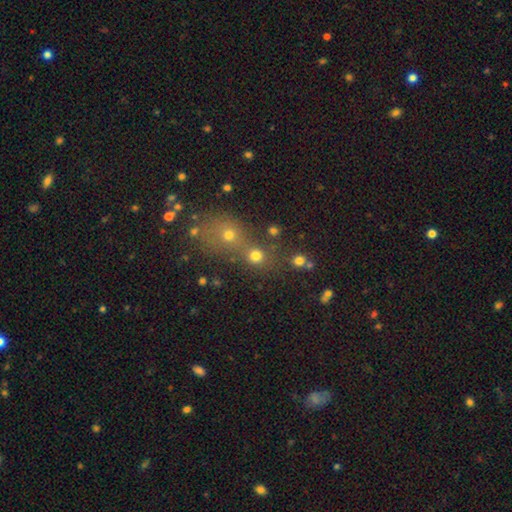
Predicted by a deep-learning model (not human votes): Smooth or featured? Predicted: smooth (p=0.75). How rounded? Predicted: round (p=0.87). Merging? Predicted: none (p=0.55).